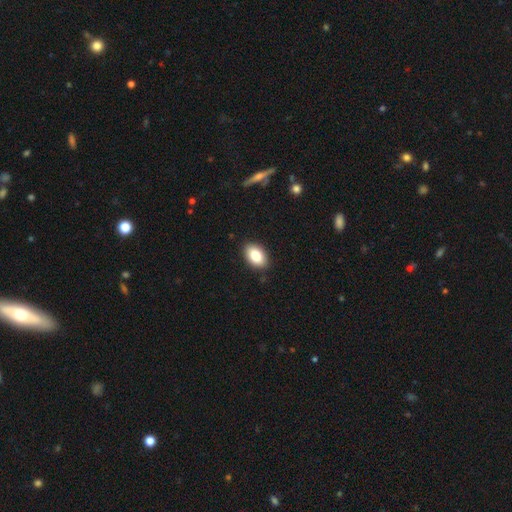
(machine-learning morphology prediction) smooth-or-featured: smooth: 83% | featured or disk: 9% | star or artifact: 8%
  how-rounded: in between: 89% | round: 9% | cigar-shaped: 1%
  merging: none: 88% | minor disturbance: 9% | major disturbance: 2% | merger: 1%